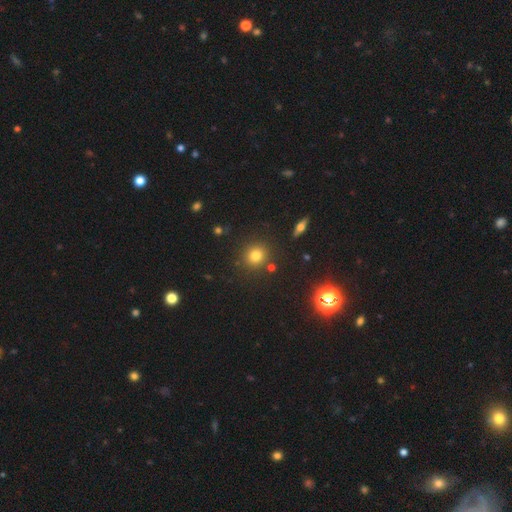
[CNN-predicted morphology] type=smooth (76%); roundness=round (89%); merging=none (85%).